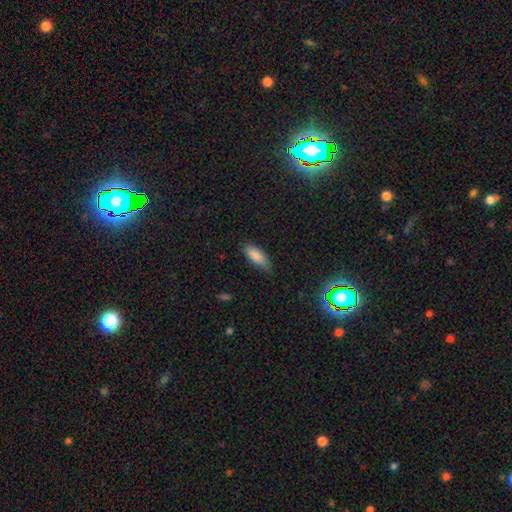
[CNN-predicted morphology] A smooth galaxy with no disk features (86%) that is in between round and cigar-shaped (77%). Merging: none (79%).